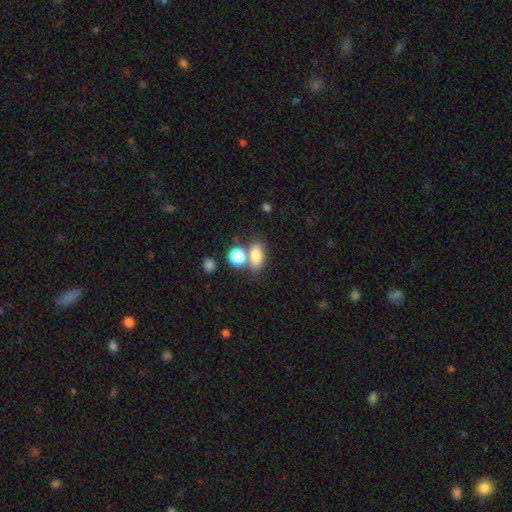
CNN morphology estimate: The model was most divided on "merging": none: 54%, merger: 30%, minor disturbance: 11%, major disturbance: 4%. More confident: smooth or featured — smooth (79%); how rounded — in between (79%).